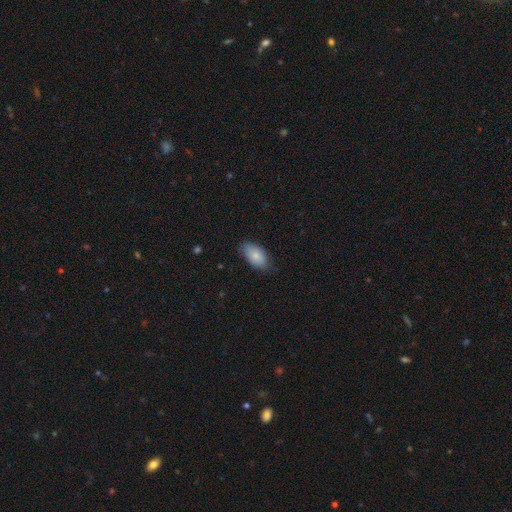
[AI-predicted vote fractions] A smooth galaxy with no disk features (81%) that is in between round and cigar-shaped (94%).

Vote fractions:
- Smooth or featured? smooth: 81% / featured or disk: 13% / star or artifact: 6%
- How rounded? in between: 94% / round: 4% / cigar-shaped: 3%
- Merging? none: 74% / minor disturbance: 21% / major disturbance: 4% / merger: 1%